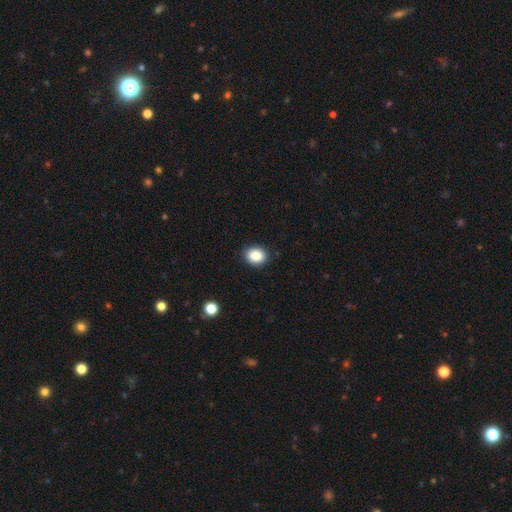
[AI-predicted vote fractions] Smooth or featured? smooth (87%)
How rounded? round (53%)
Merging? none (89%)